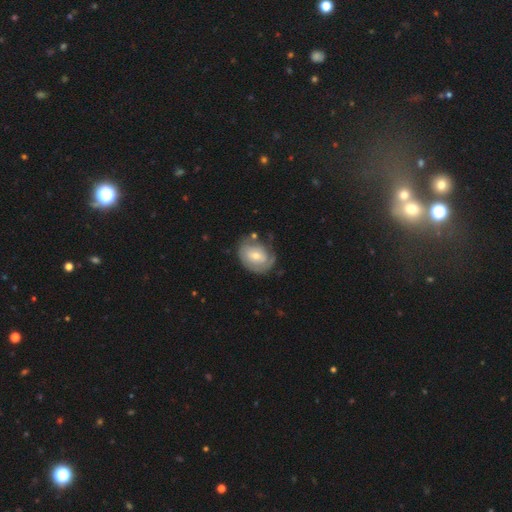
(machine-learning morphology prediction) Smooth or featured? featured or disk (62%)
Edge-on disk? no (96%)
Bar? no (62%)
Spiral arms? yes (73%)
Bulge size? moderate (49%)
Merging? none (57%)